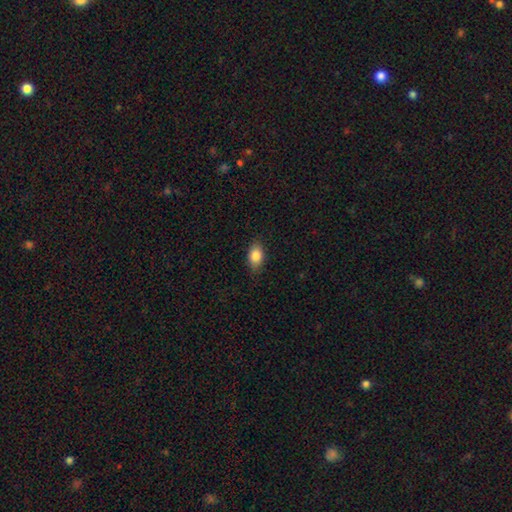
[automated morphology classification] type=smooth (85%); roundness=in between (87%); merging=none (85%).